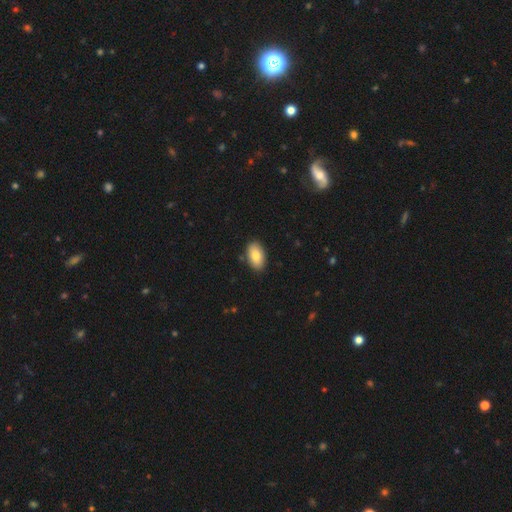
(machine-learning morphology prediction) This appears to be a smooth galaxy with no disk features (83%) that is in between round and cigar-shaped (94%). Merging: none (87%).